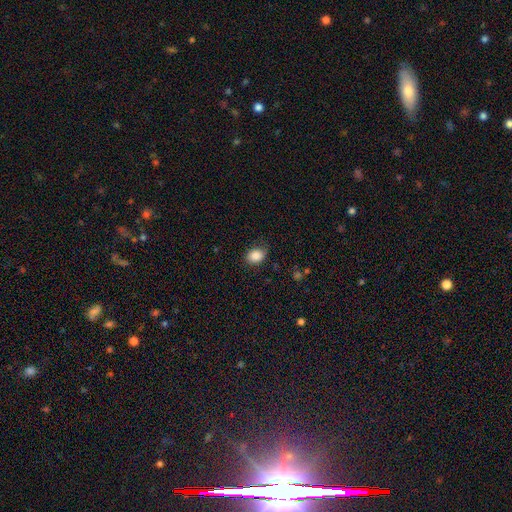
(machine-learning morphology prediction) type=smooth (86%); roundness=in between (65%); merging=none (76%).